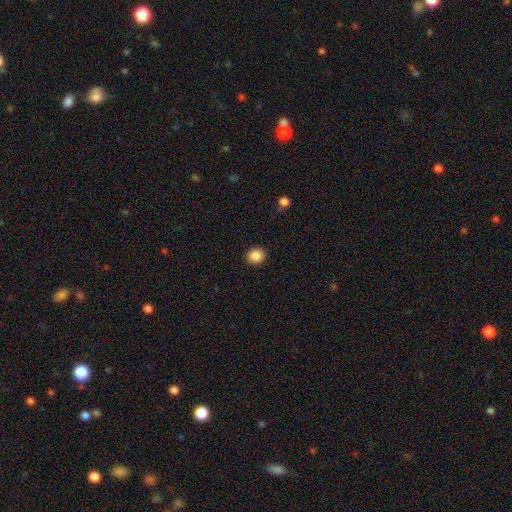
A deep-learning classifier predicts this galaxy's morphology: Overall: smooth (87%). How rounded: round (84%). Merging: none (91%).